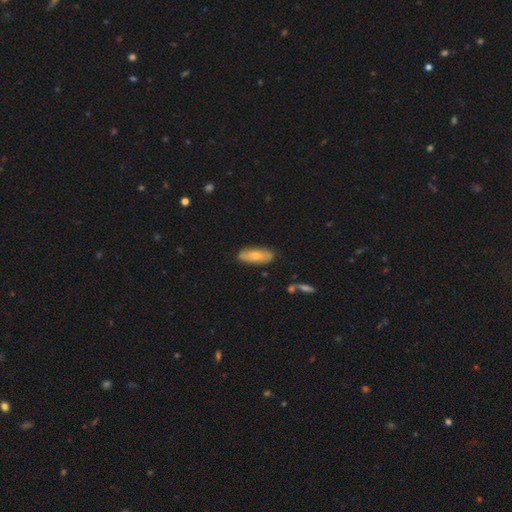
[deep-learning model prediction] Smooth or featured? Predicted: smooth (p=0.63). How rounded? Predicted: in between (p=0.79). Merging? Predicted: none (p=0.79).